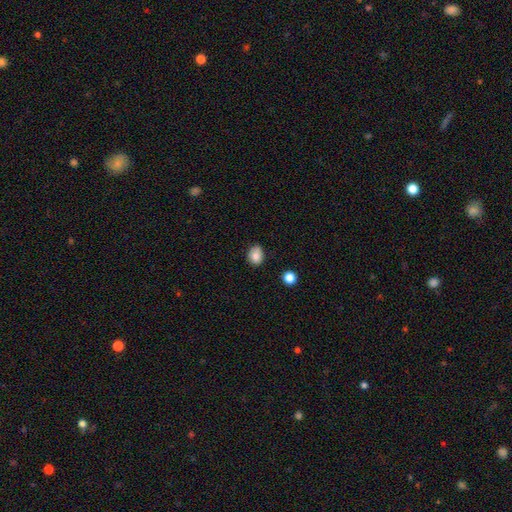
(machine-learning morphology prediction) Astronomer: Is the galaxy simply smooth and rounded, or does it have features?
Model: smooth — 86%.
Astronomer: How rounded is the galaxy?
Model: in between — 59% (runner-up: round, 41%).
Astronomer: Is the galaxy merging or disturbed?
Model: none — 79%.